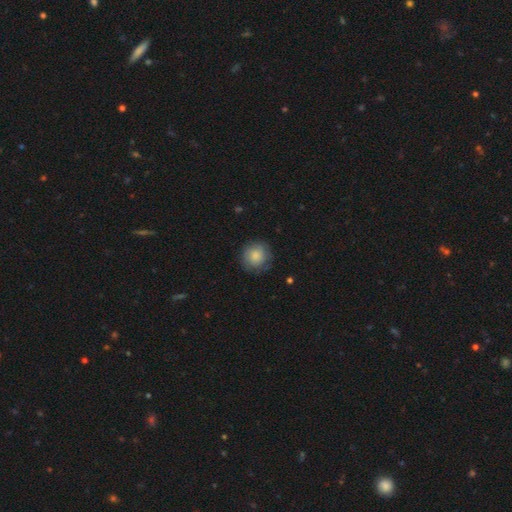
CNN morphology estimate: type=smooth (81%); roundness=round (90%); merging=none (80%).